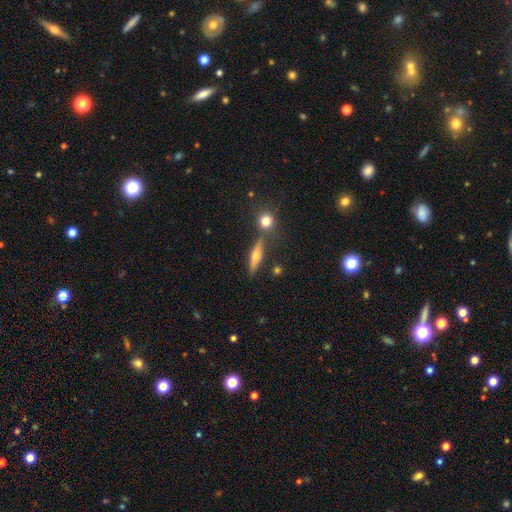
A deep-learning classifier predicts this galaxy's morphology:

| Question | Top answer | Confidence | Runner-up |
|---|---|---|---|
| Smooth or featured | featured or disk | 57% | smooth (34%) |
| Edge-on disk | yes | 94% | no (6%) |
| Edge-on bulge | rounded | 92% | none (4%) |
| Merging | none | 77% | merger (10%) |